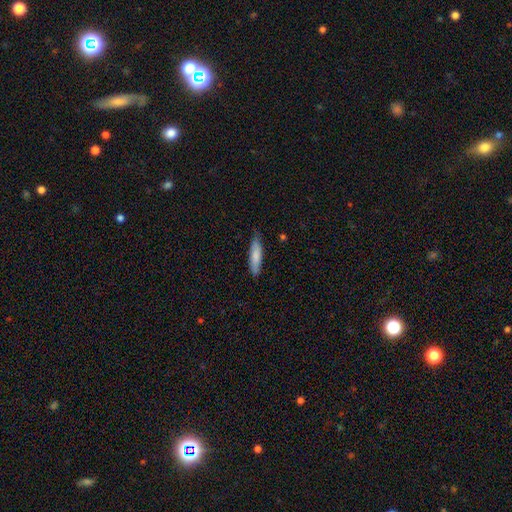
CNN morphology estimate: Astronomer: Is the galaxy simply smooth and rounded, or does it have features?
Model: smooth — 79%.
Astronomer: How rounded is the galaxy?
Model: cigar-shaped — 75%.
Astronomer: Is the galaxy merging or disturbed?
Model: none — 79%.